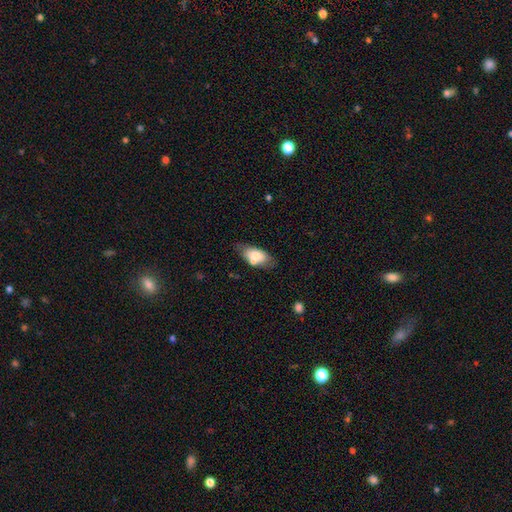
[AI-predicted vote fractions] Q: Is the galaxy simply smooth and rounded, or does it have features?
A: smooth — 74%.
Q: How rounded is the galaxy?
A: in between — 90%.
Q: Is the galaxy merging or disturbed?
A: none — 61%.